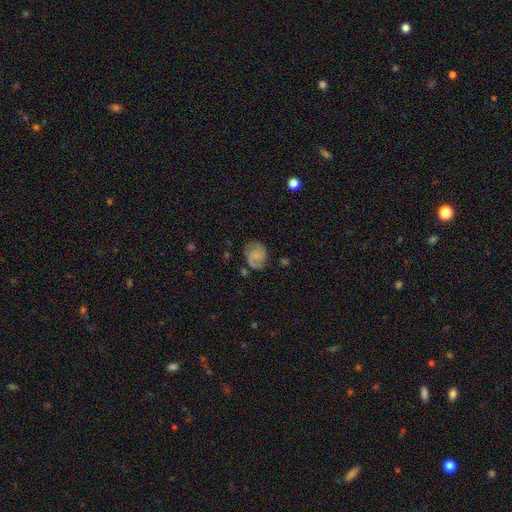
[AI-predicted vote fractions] This is possibly a smooth galaxy (51%). How rounded: possibly round (59%). Merging: likely none (62%).